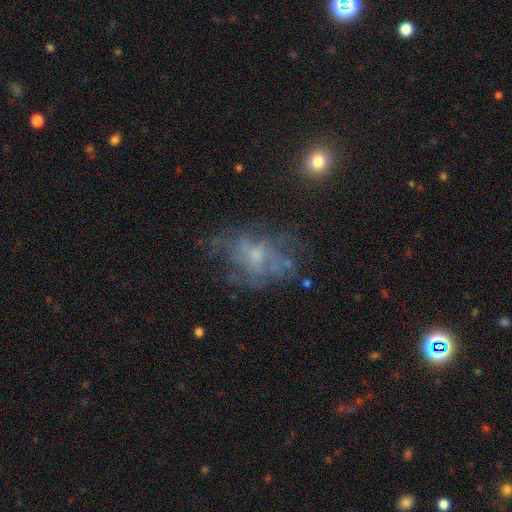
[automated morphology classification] Smooth or featured?
  - featured or disk: 60% *
  - smooth: 25%
  - star or artifact: 15%
Edge-on disk?
  - no: 97% *
  - yes: 3%
Bar?
  - no: 79% *
  - weak: 18%
  - strong: 3%
Spiral arms?
  - no: 66% *
  - yes: 34%
Bulge size?
  - small: 44% *
  - moderate: 30%
  - none: 21%
  - large: 3%
  - dominant: 1%
Merging?
  - none: 49% *
  - major disturbance: 26%
  - minor disturbance: 20%
  - merger: 4%